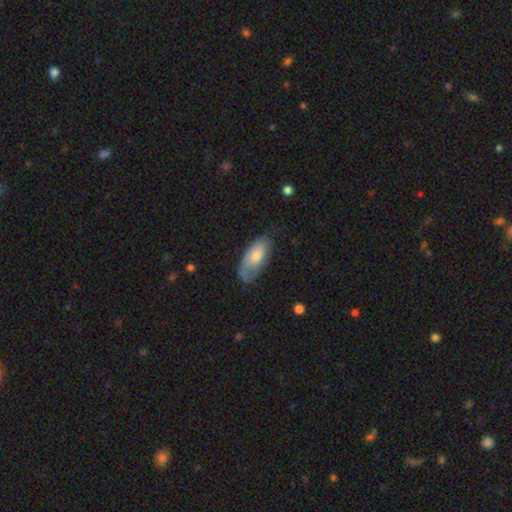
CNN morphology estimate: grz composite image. It shows a smooth galaxy with no disk features (63%) that is in between round and cigar-shaped (88%). Merging: none (52%).